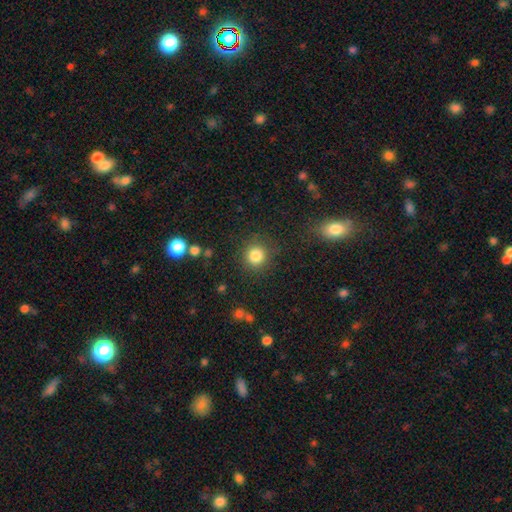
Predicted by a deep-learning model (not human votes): smooth 83%, star or artifact 12%, featured or disk 5%. Down the decision tree: how rounded — round (92%); merging — none (86%).